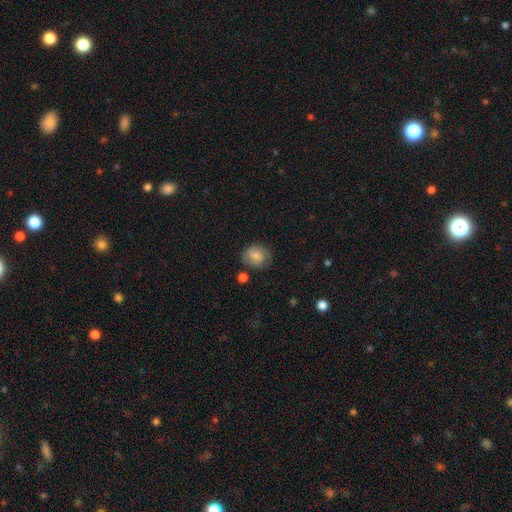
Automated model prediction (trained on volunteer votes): Overall: smooth (74%). How rounded: round (69%; in between 31%). Merging: none (70%).